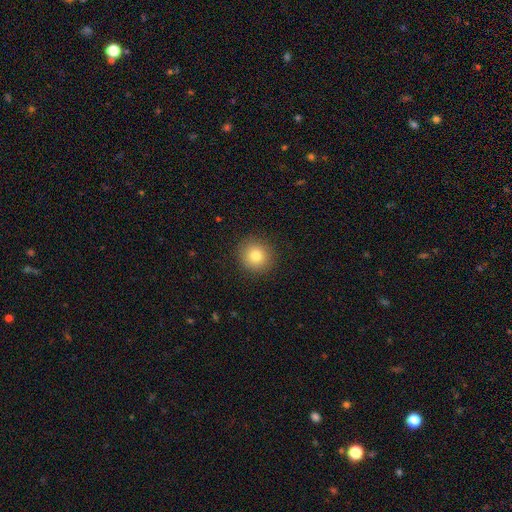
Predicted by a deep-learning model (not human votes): Smooth or featured?
  - smooth: 81% *
  - star or artifact: 11%
  - featured or disk: 8%
How rounded?
  - round: 94% *
  - in between: 5%
  - cigar-shaped: 1%
Merging?
  - none: 91% *
  - minor disturbance: 6%
  - major disturbance: 2%
  - merger: 1%